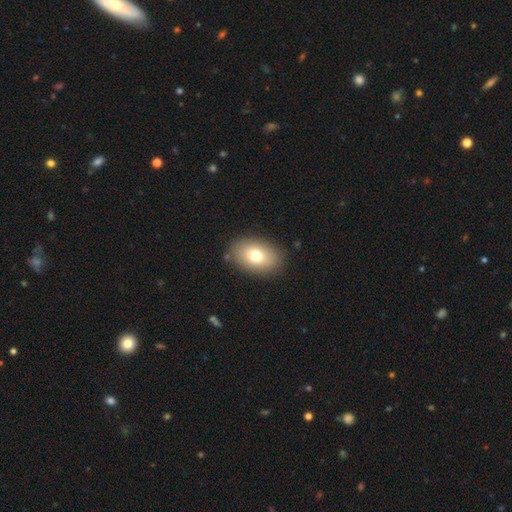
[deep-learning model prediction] Overall: smooth (75%). How rounded: in between (86%). Merging: none (86%).